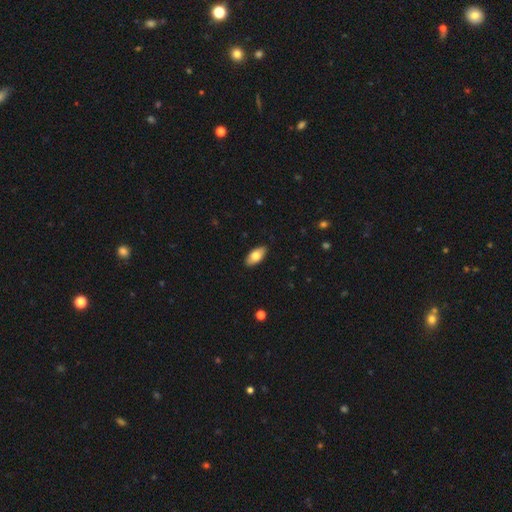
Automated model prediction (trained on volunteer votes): smooth_or_featured: smooth (p=0.76) [alt: featured or disk p=0.18]
how_rounded: in between (p=0.92) [alt: cigar-shaped p=0.06]
merging: none (p=0.89) [alt: minor disturbance p=0.09]